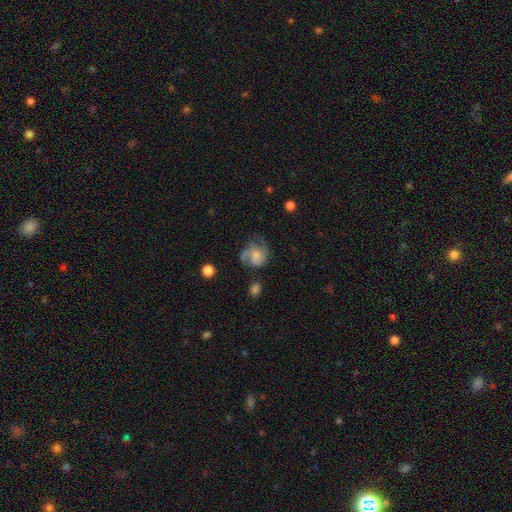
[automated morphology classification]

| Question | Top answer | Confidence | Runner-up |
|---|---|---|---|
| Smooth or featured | featured or disk | 63% | smooth (29%) |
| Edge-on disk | no | 98% | yes (2%) |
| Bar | no | 69% | weak (27%) |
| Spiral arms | yes | 86% | no (14%) |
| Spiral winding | medium | 46% | loose (28%) |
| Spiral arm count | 2 | 38% | 3 (23%) |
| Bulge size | small | 39% | moderate (37%) |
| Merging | none | 48% | major disturbance (25%) |